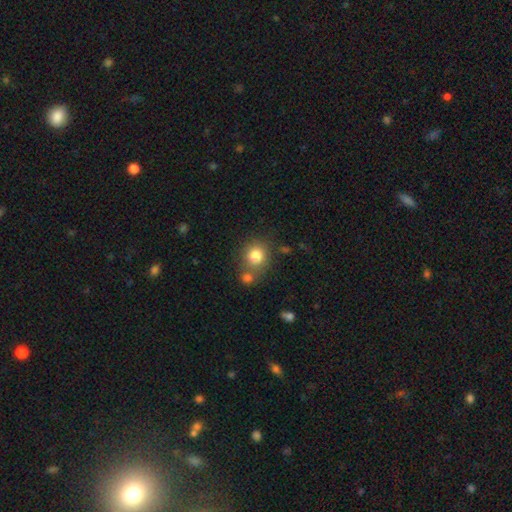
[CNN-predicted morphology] Overall: smooth (81%). How rounded: round (83%). Merging: none (64%).